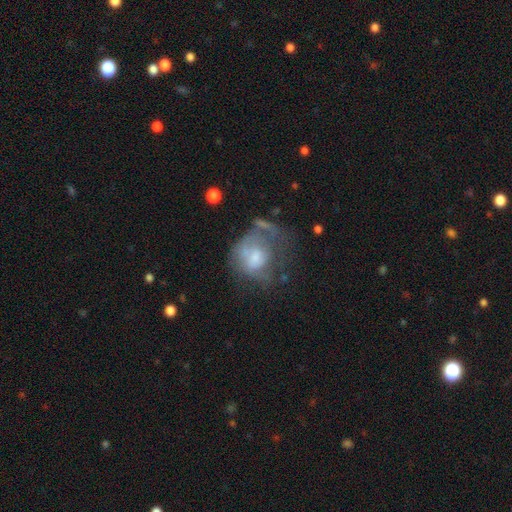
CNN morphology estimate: Smooth or featured? Predicted: featured or disk (p=0.49). Merging? Predicted: major disturbance (p=0.43).